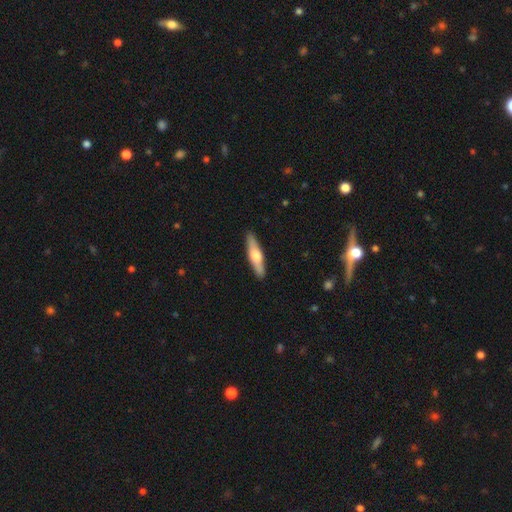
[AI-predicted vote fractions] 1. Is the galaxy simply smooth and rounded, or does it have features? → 48% featured or disk, 47% smooth, 5% star or artifact.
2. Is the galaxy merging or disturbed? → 90% none, 7% minor disturbance, 2% major disturbance, 1% merger.